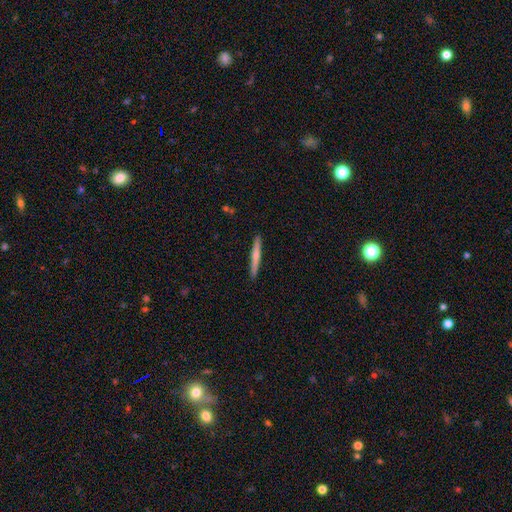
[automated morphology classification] A smooth galaxy with no disk features (58%) that is cigar-shaped (96%).

Vote fractions:
- Smooth or featured? smooth: 58% / featured or disk: 37% / star or artifact: 5%
- How rounded? cigar-shaped: 96% / in between: 3% / round: 1%
- Merging? none: 91% / minor disturbance: 7% / major disturbance: 1% / merger: 1%